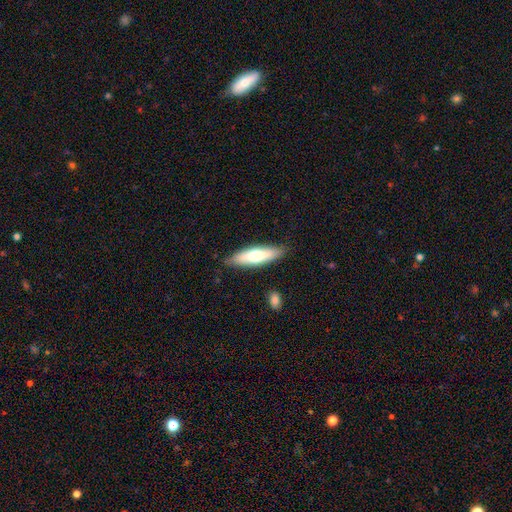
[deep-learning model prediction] A smooth galaxy with no disk features (62%) that is cigar-shaped (60%).

Vote fractions:
- Smooth or featured? smooth: 62% / featured or disk: 33% / star or artifact: 5%
- How rounded? cigar-shaped: 60% / in between: 39% / round: 2%
- Merging? none: 83% / minor disturbance: 12% / major disturbance: 2% / merger: 2%